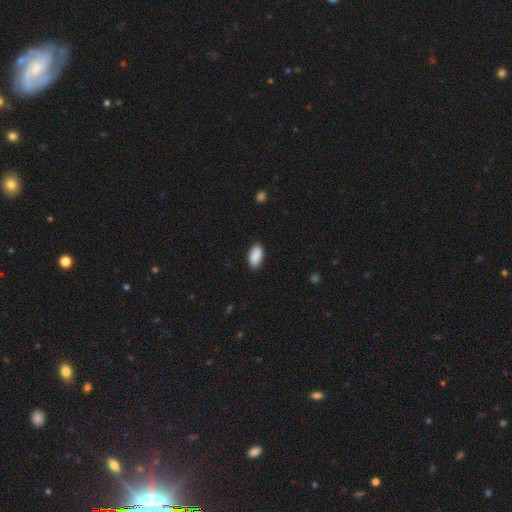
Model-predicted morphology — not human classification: Smooth or featured? Predicted: smooth (p=0.91). How rounded? Predicted: in between (p=0.93). Merging? Predicted: none (p=0.88).